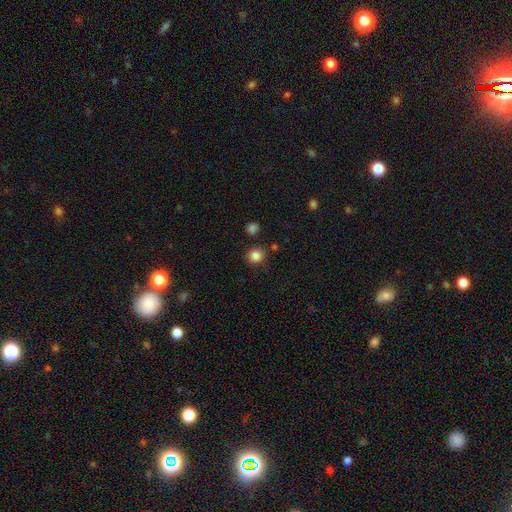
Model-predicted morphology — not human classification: Smooth or featured? Predicted: smooth (p=0.84). How rounded? Predicted: round (p=0.88). Merging? Predicted: none (p=0.86).